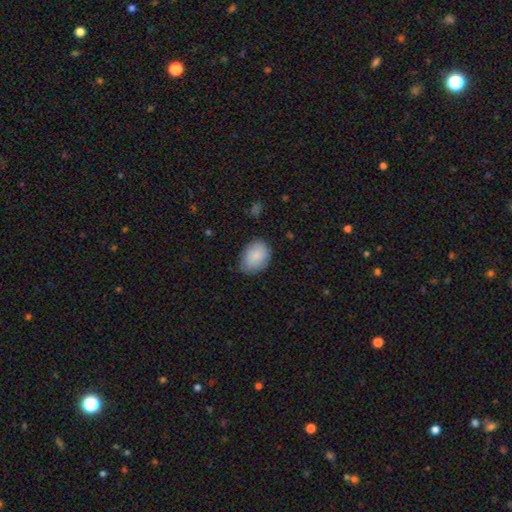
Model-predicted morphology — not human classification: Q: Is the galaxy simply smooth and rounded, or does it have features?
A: smooth — 84%.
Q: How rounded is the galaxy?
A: in between — 72%.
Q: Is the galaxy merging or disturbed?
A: none — 74%.